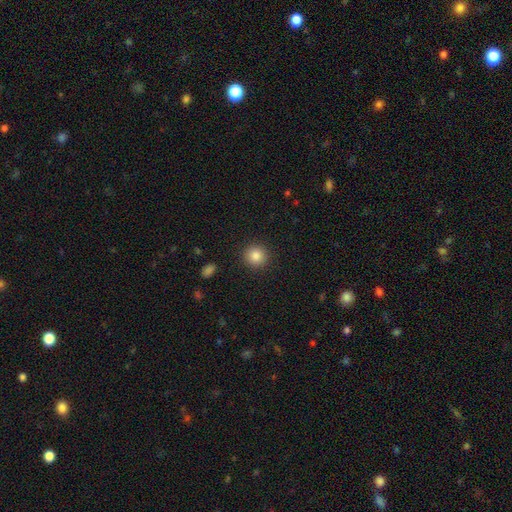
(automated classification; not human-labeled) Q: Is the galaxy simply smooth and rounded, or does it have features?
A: smooth — 86%.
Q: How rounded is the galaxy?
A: round — 93%.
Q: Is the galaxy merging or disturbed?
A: none — 91%.